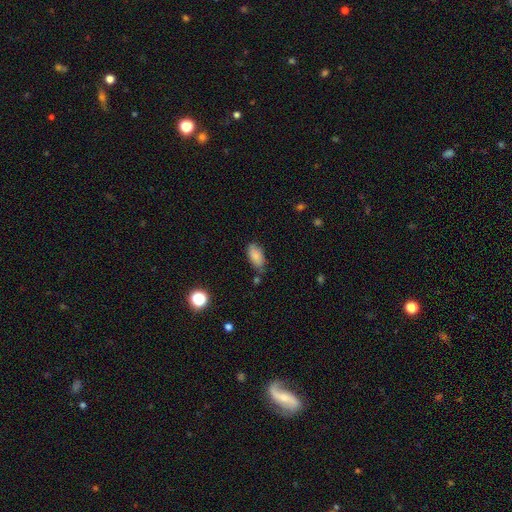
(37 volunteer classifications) This appears to be a smooth galaxy with no disk features (92%) that is in between round and cigar-shaped (88%). Merging: none (69%).